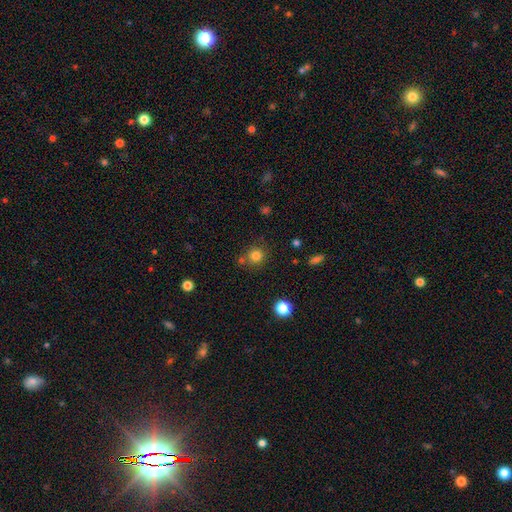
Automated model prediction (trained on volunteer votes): smooth_or_featured: smooth (p=0.81) [alt: star or artifact p=0.13]
how_rounded: round (p=0.90) [alt: in between p=0.09]
merging: none (p=0.75) [alt: merger p=0.12]